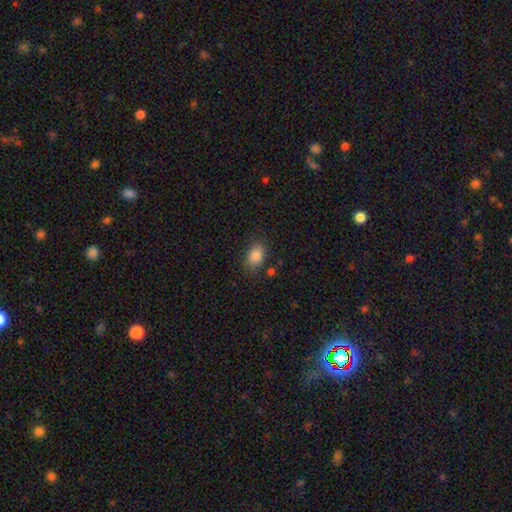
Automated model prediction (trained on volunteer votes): smooth_or_featured: smooth (p=0.85) [alt: star or artifact p=0.08]
how_rounded: in between (p=0.83) [alt: round p=0.15]
merging: none (p=0.79) [alt: minor disturbance p=0.14]